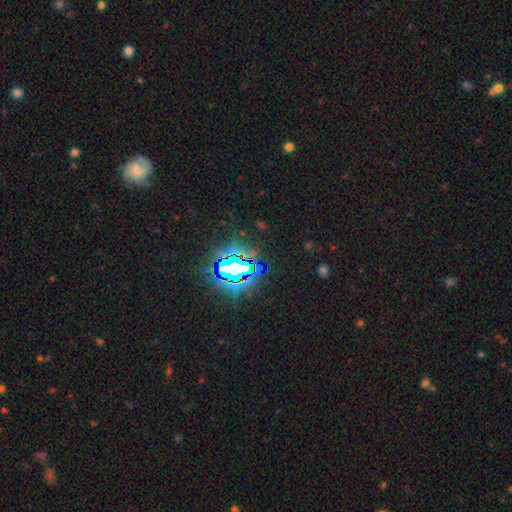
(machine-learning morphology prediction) smooth-or-featured: star or artifact: 83% | smooth: 10% | featured or disk: 7%